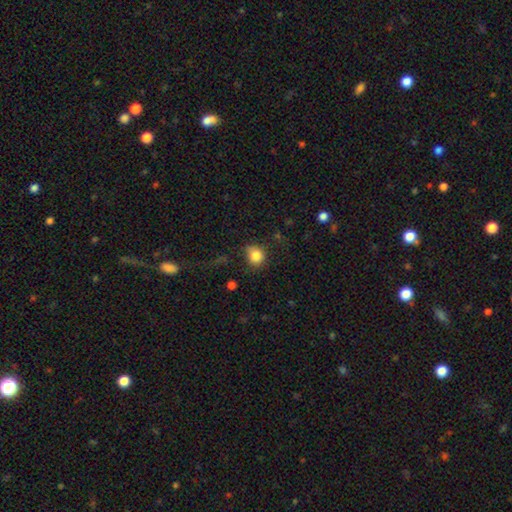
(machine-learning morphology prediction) The model was most divided on "merging": none: 70%, minor disturbance: 20%, major disturbance: 8%, merger: 3%. More confident: smooth or featured — smooth (84%); how rounded — round (78%).